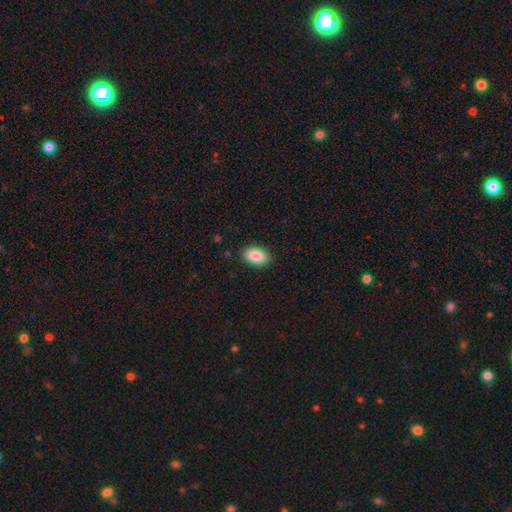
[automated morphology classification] Smooth or featured? Predicted: smooth (p=0.88). How rounded? Predicted: in between (p=0.92). Merging? Predicted: none (p=0.88).